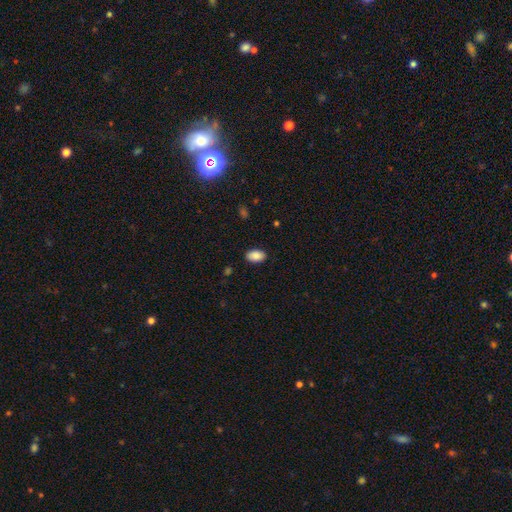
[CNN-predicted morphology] type=smooth (88%); roundness=in between (91%); merging=none (88%).